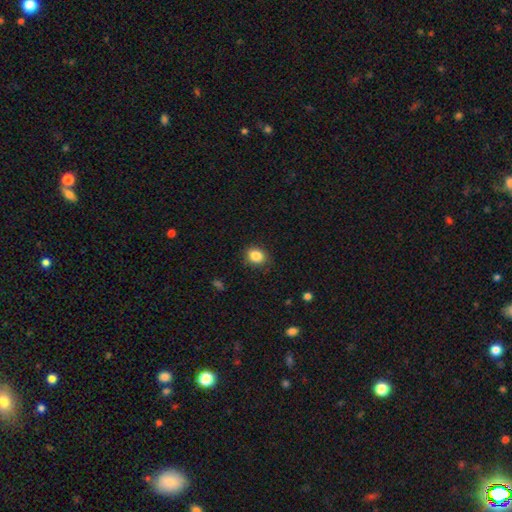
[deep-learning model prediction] smooth-or-featured: smooth: 86% | star or artifact: 10% | featured or disk: 5%
  how-rounded: round: 59% | in between: 40% | cigar-shaped: 1%
  merging: none: 83% | minor disturbance: 13% | major disturbance: 3% | merger: 1%